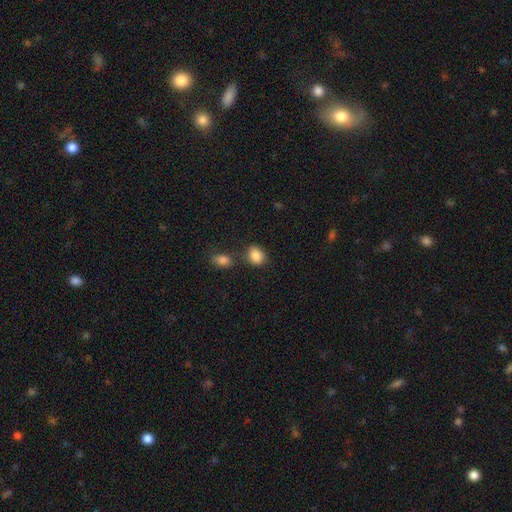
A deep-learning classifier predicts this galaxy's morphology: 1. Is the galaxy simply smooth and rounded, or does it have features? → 87% smooth, 9% star or artifact, 5% featured or disk.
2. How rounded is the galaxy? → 58% in between, 41% round, 1% cigar-shaped.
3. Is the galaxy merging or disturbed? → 68% none, 15% minor disturbance, 14% merger, 4% major disturbance.